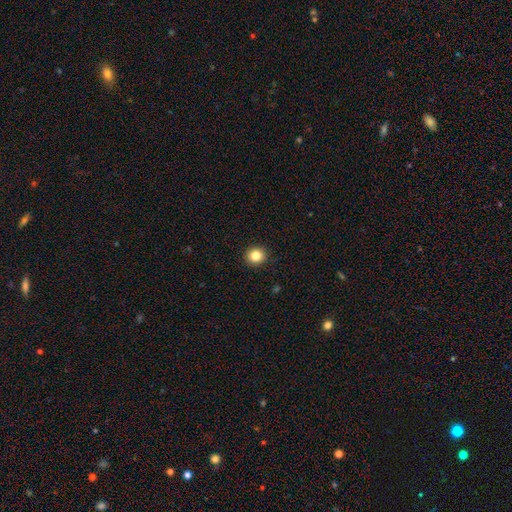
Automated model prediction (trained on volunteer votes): This is clearly a smooth galaxy (84%). How rounded: clearly round (88%). Merging: clearly none (93%).